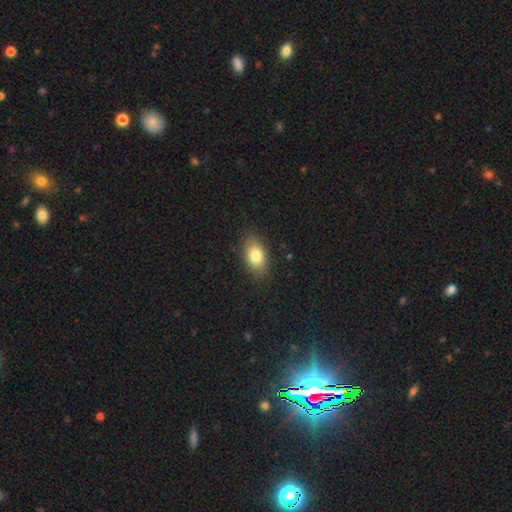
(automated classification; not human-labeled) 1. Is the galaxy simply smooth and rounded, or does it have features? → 81% smooth, 11% featured or disk, 8% star or artifact.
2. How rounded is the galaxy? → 89% in between, 8% round, 3% cigar-shaped.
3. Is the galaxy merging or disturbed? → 86% none, 10% minor disturbance, 3% major disturbance, 1% merger.